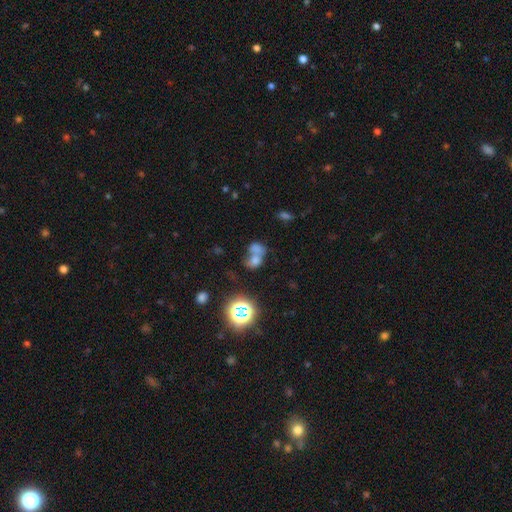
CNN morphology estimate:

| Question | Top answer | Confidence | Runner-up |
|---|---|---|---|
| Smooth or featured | smooth | 59% | star or artifact (23%) |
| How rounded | in between | 56% | round (42%) |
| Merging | merger | 67% | none (20%) |